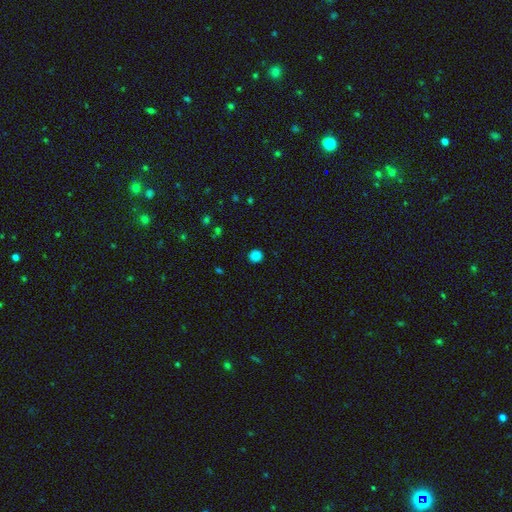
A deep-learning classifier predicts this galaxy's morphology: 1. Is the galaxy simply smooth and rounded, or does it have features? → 83% smooth, 14% star or artifact, 3% featured or disk.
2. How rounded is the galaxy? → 90% round, 9% in between, 1% cigar-shaped.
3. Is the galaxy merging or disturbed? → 90% none, 7% minor disturbance, 2% major disturbance, 1% merger.